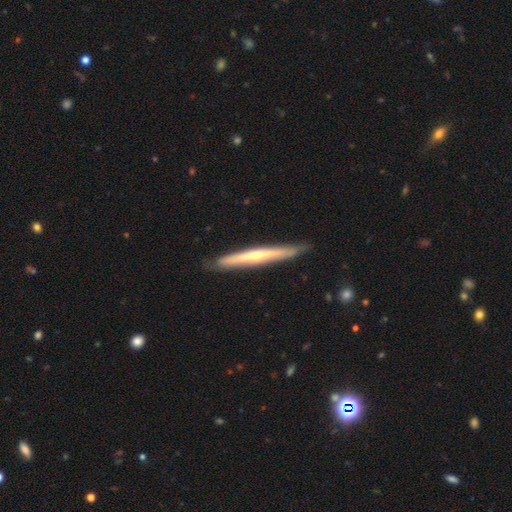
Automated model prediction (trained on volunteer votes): Smooth or featured: featured or disk — 68% (smooth — 27%)
Edge-on disk: yes — 96% (no — 4%)
Edge-on bulge: rounded — 69% (none — 28%)
Merging: none — 88% (minor disturbance — 9%)